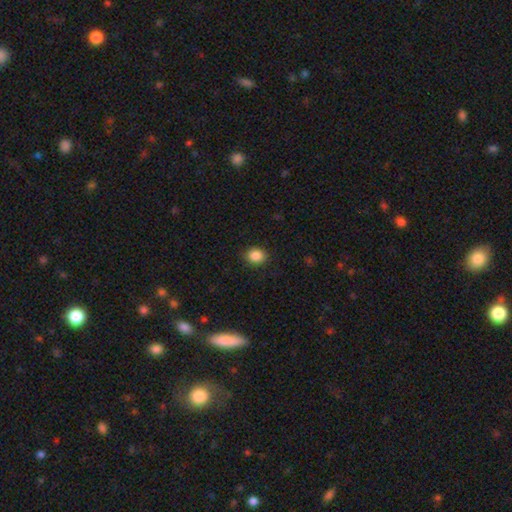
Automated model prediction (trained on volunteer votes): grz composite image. It shows a smooth galaxy with no disk features (87%) that is round (59%). Merging: none (89%).